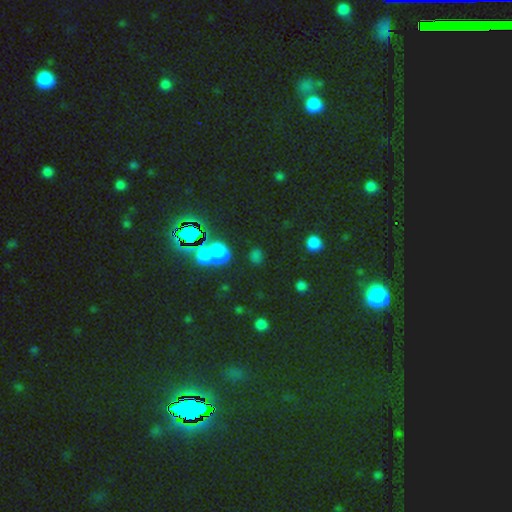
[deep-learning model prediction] Smooth or featured?
  - smooth: 56% *
  - star or artifact: 36%
  - featured or disk: 8%
How rounded?
  - round: 68% *
  - in between: 30%
  - cigar-shaped: 2%
Merging?
  - none: 62% *
  - merger: 22%
  - minor disturbance: 11%
  - major disturbance: 6%